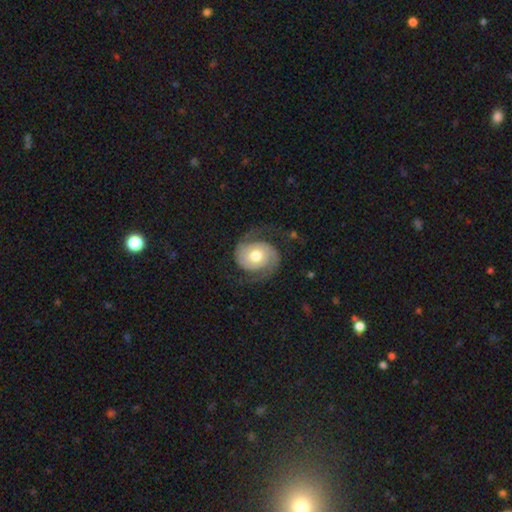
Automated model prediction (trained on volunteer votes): Overall: featured or disk (86%). Edge-on disk: no (98%). Bar: no (71%). Spiral arms: yes (96%). Spiral arm count: 2 (92%). Spiral winding: medium (44%; tight 33%). Bulge size: moderate (73%). Merging: none (73%).